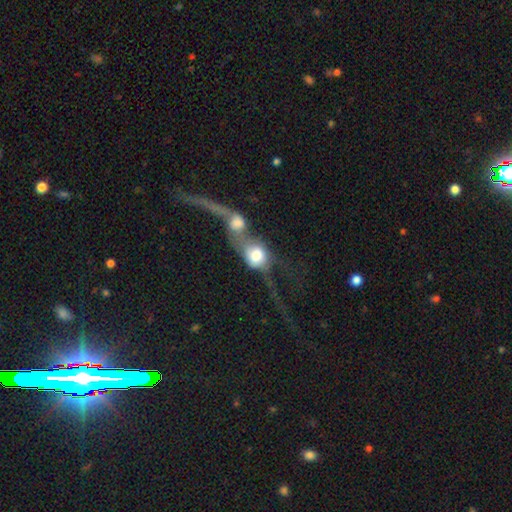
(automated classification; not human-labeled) Smooth or featured?
  - smooth: 54% *
  - featured or disk: 37%
  - star or artifact: 9%
How rounded?
  - round: 54% *
  - in between: 42%
  - cigar-shaped: 4%
Merging?
  - merger: 79% *
  - major disturbance: 11%
  - none: 6%
  - minor disturbance: 3%